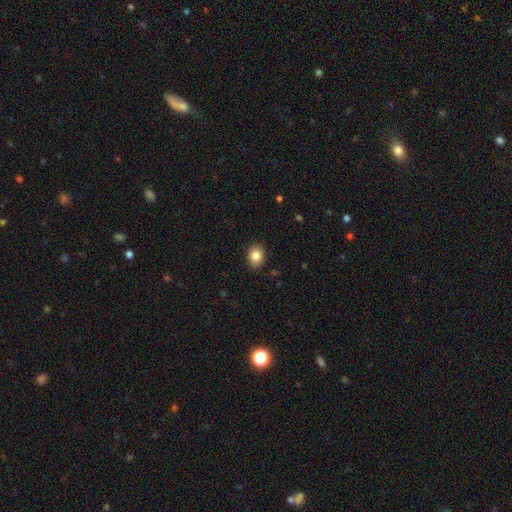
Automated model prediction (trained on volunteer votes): This appears to be a smooth galaxy with no disk features (85%) that is in between round and cigar-shaped (54%). Merging: none (90%).